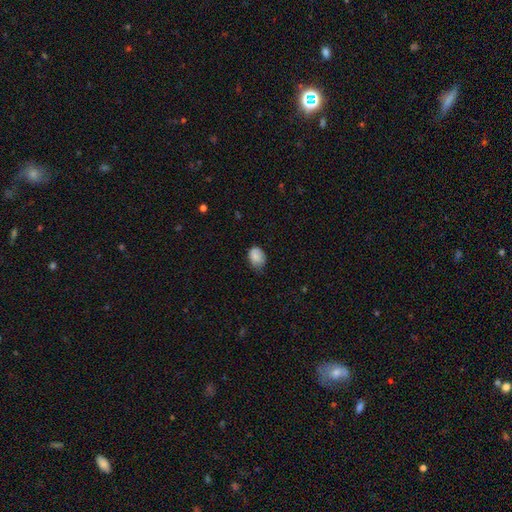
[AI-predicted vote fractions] A smooth galaxy with no disk features (84%) that is in between round and cigar-shaped (69%). Merging: none (54%).